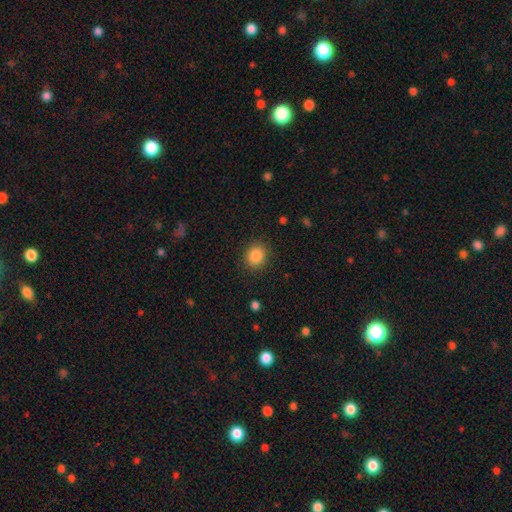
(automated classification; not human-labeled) Smooth or featured: smooth — 87% (star or artifact — 9%)
How rounded: round — 75% (in between — 24%)
Merging: none — 88% (minor disturbance — 8%)